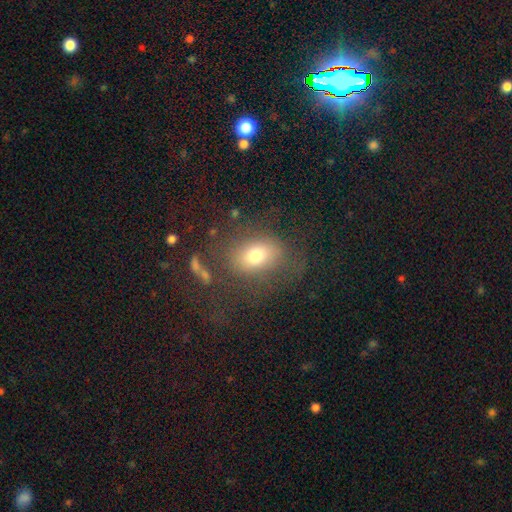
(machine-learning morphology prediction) The model was most divided on "how rounded": in between: 69%, round: 29%, cigar-shaped: 2%. More confident: smooth or featured — smooth (69%); merging — none (63%).